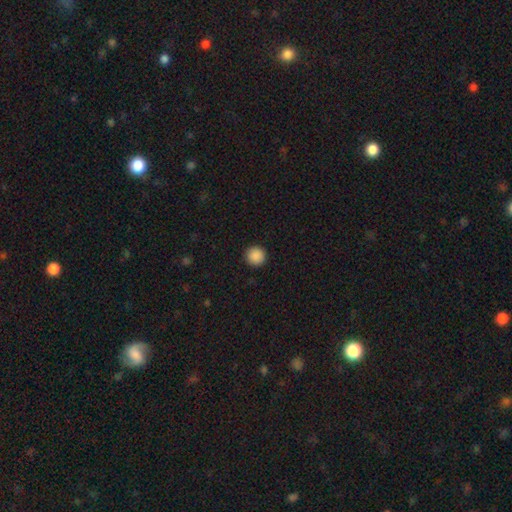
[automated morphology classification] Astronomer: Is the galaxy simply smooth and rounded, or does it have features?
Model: smooth — 89%.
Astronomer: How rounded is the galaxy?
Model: round — 96%.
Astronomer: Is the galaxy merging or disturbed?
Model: none — 93%.